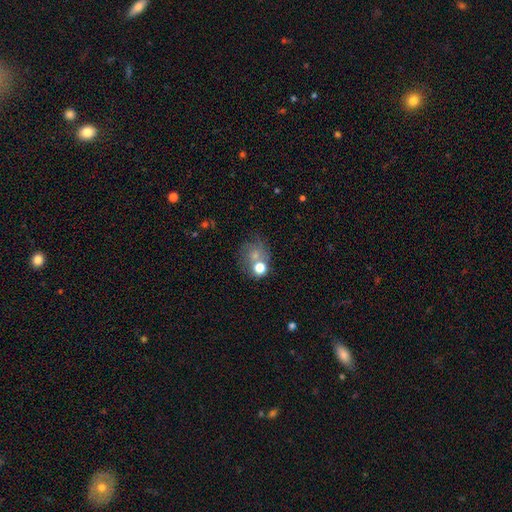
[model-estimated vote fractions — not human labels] Overall: smooth (62%; featured or disk 23%). How rounded: round (73%). Merging: none (44%; merger 30%).